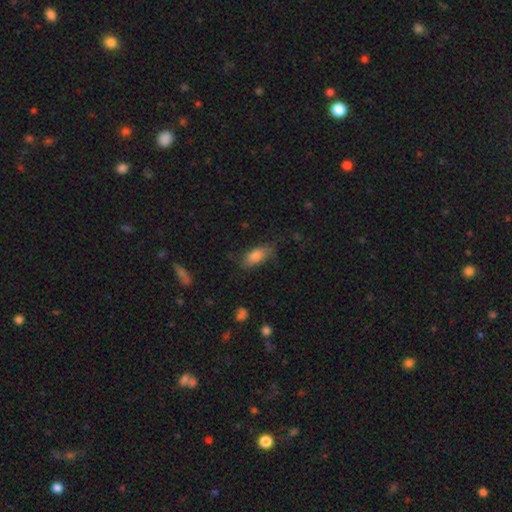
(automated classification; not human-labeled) smooth-or-featured: smooth: 82% | featured or disk: 10% | star or artifact: 8%
  how-rounded: in between: 85% | cigar-shaped: 12% | round: 3%
  merging: none: 64% | minor disturbance: 25% | major disturbance: 9% | merger: 2%